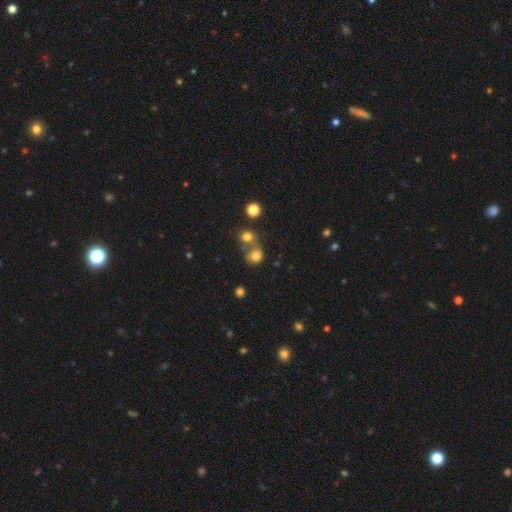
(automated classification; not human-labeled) This appears to be a smooth galaxy with no disk features (77%) that is round (77%). Merging: merger (44%).